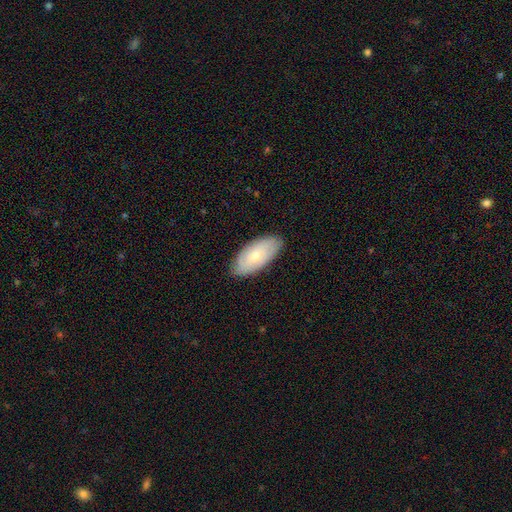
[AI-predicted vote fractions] Smooth or featured? Predicted: smooth (p=0.52). How rounded? Predicted: in between (p=0.90). Merging? Predicted: none (p=0.83).